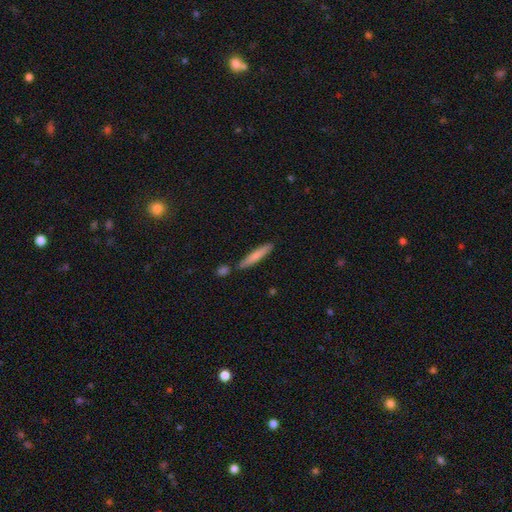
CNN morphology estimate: This is likely a smooth galaxy (73%). How rounded: clearly cigar-shaped (93%). Merging: likely none (79%).